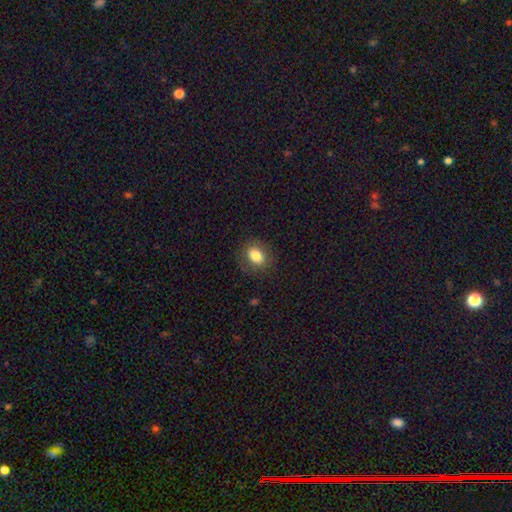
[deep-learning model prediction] A smooth galaxy with no disk features (81%) that is in between round and cigar-shaped (61%). Merging: none (84%).